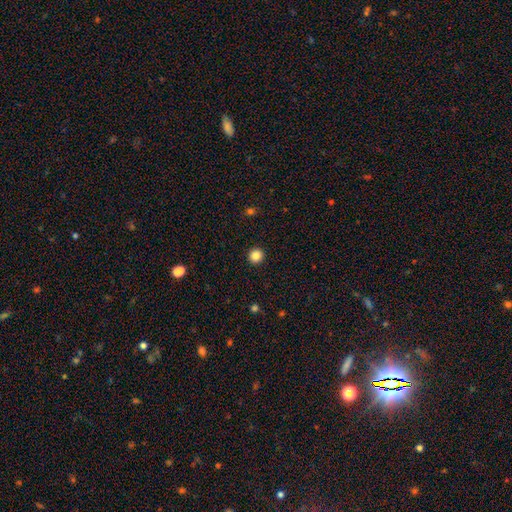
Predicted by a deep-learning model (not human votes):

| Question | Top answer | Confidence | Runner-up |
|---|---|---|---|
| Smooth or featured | smooth | 86% | star or artifact (11%) |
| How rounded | round | 93% | in between (6%) |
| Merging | none | 93% | minor disturbance (4%) |